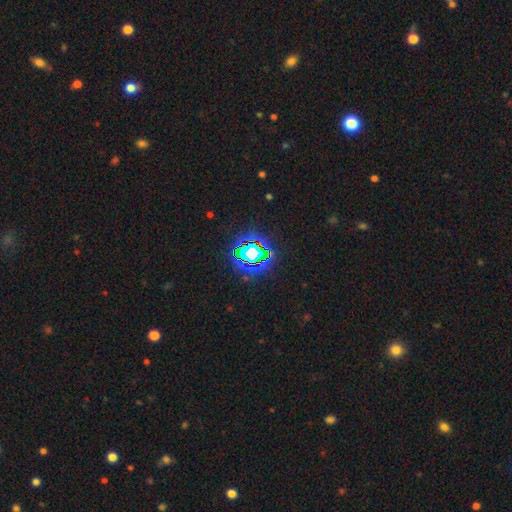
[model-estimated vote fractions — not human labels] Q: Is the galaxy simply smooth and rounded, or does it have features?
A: star or artifact — 82%.